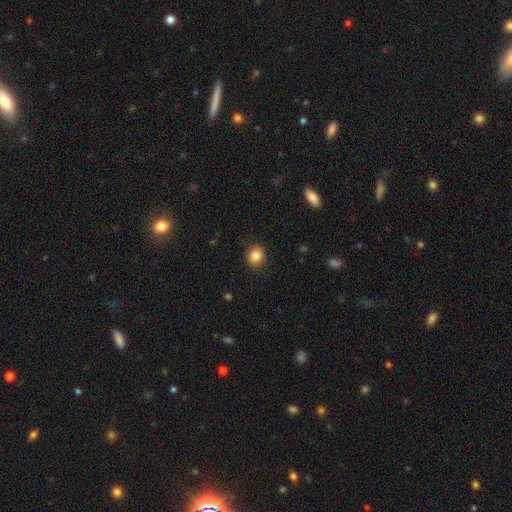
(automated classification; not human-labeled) smooth-or-featured: smooth: 85% | star or artifact: 10% | featured or disk: 5%
  how-rounded: round: 82% | in between: 17% | cigar-shaped: 1%
  merging: none: 89% | minor disturbance: 8% | major disturbance: 2% | merger: 1%